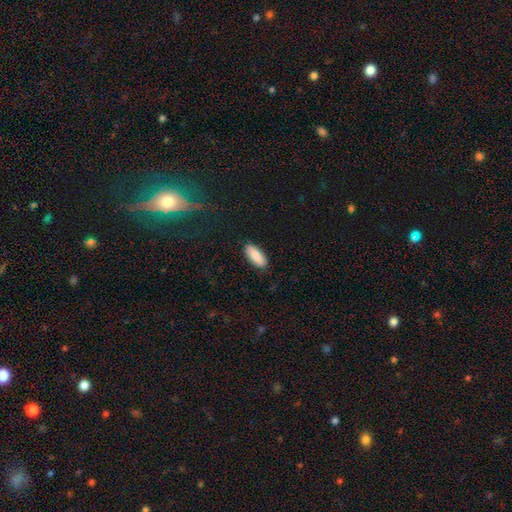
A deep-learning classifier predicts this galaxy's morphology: smooth-or-featured: smooth: 87% | featured or disk: 7% | star or artifact: 6%
  how-rounded: in between: 77% | cigar-shaped: 22% | round: 2%
  merging: none: 89% | minor disturbance: 9% | major disturbance: 2% | merger: 1%